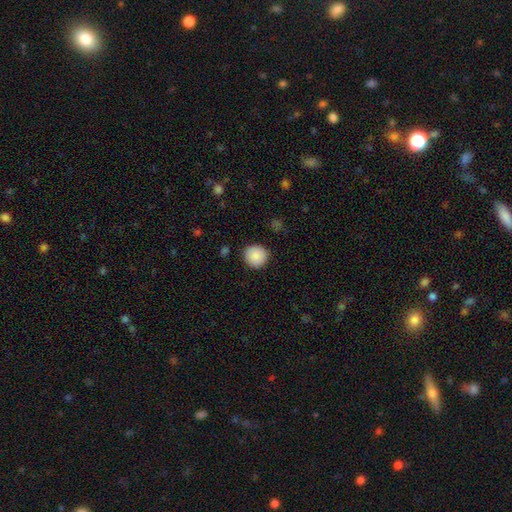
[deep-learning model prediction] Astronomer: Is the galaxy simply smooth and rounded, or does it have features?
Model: smooth — 89%.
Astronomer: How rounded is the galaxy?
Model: round — 94%.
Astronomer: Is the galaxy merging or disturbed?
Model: none — 90%.